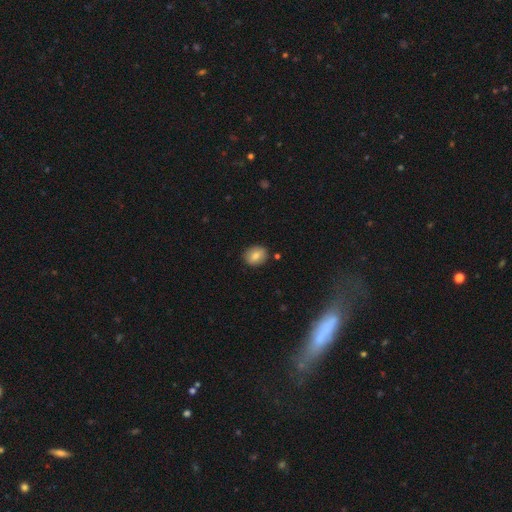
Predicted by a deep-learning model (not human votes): Smooth or featured? Predicted: smooth (p=0.80). How rounded? Predicted: round (p=0.54). Merging? Predicted: none (p=0.87).